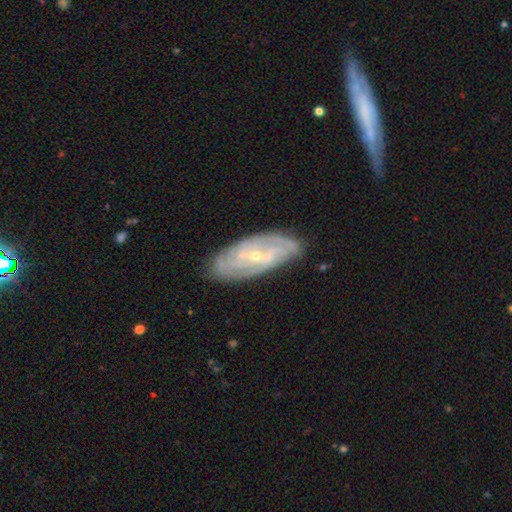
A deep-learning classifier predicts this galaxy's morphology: Overall: featured or disk (84%). Edge-on disk: no (91%). Bar: no (55%; weak 33%). Spiral arms: yes (94%). Spiral arm count: can't tell (32%; 2 24%). Spiral winding: tight (66%; medium 27%). Bulge size: small (70%). Merging: none (80%).